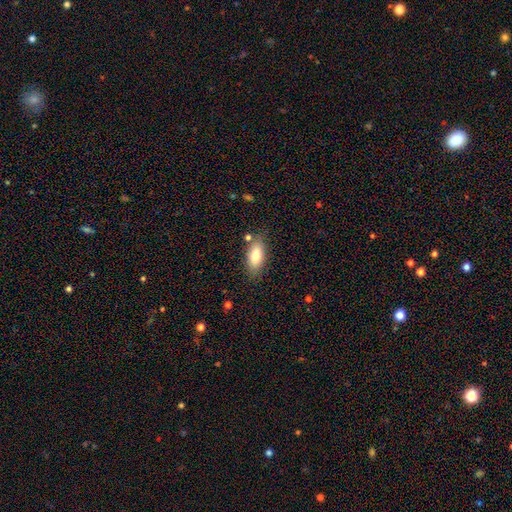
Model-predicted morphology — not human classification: Q: Smooth or featured?
A: smooth (78%); runner-up: featured or disk (15%)
Q: How rounded?
A: in between (84%); runner-up: cigar-shaped (13%)
Q: Merging?
A: none (78%); runner-up: minor disturbance (14%)